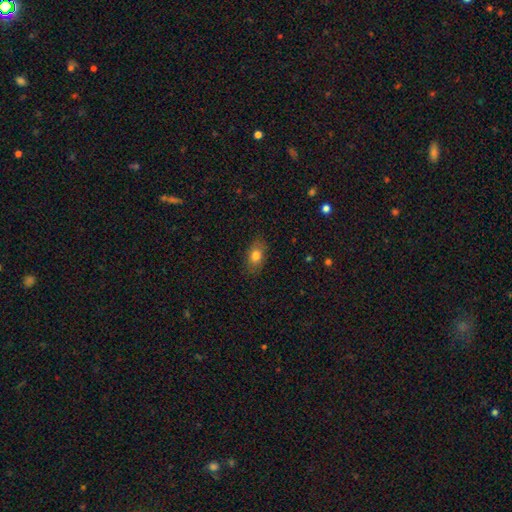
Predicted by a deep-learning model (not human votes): Smooth or featured?
  - smooth: 79% *
  - featured or disk: 12%
  - star or artifact: 9%
How rounded?
  - in between: 82% *
  - round: 15%
  - cigar-shaped: 3%
Merging?
  - none: 84% *
  - minor disturbance: 12%
  - major disturbance: 3%
  - merger: 1%